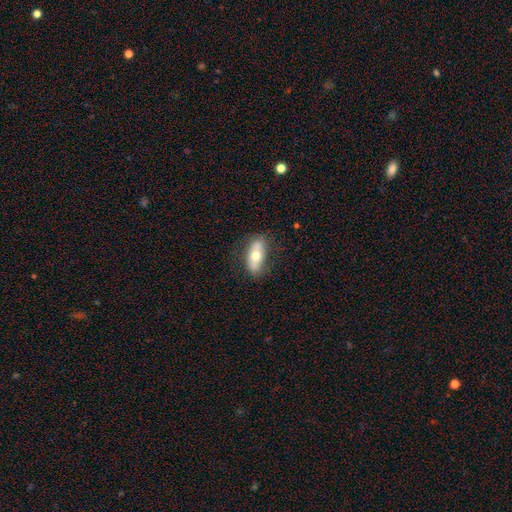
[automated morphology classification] Smooth or featured: smooth — 59% (featured or disk — 35%)
How rounded: in between — 76% (cigar-shaped — 21%)
Merging: none — 77% (minor disturbance — 16%)